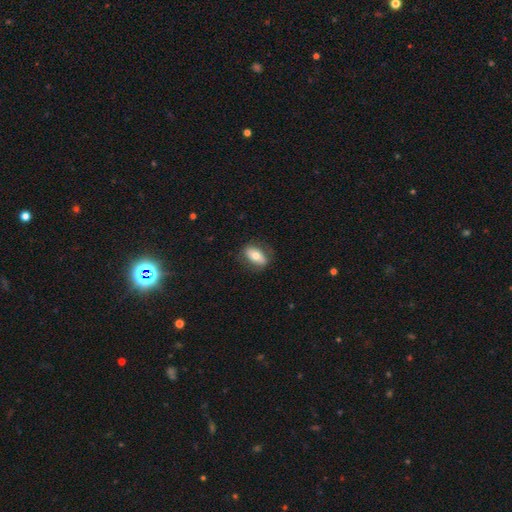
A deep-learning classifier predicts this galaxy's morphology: Smooth or featured? smooth (63%)
How rounded? in between (85%)
Merging? none (77%)